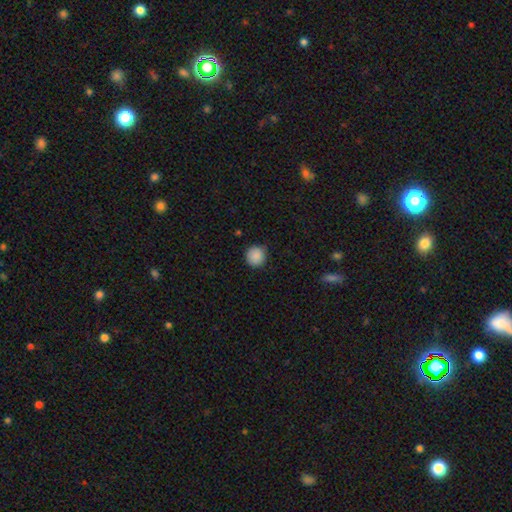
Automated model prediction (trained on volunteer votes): smooth-or-featured: smooth: 88% | star or artifact: 9% | featured or disk: 3%
  how-rounded: round: 91% | in between: 9% | cigar-shaped: 1%
  merging: none: 84% | minor disturbance: 13% | major disturbance: 3% | merger: 1%